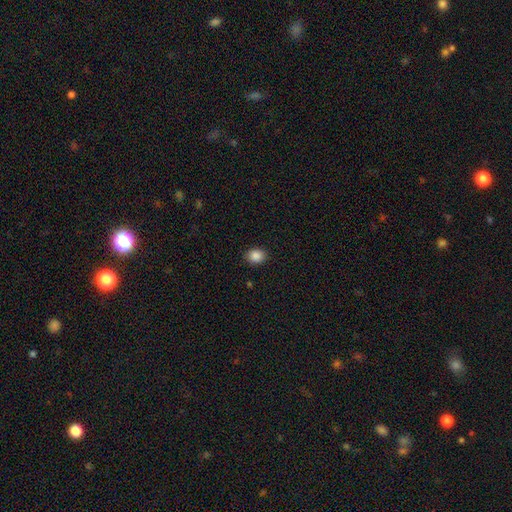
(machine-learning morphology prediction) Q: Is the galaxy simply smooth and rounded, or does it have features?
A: smooth — 88%.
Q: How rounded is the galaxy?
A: round — 57%.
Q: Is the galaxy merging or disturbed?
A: none — 89%.